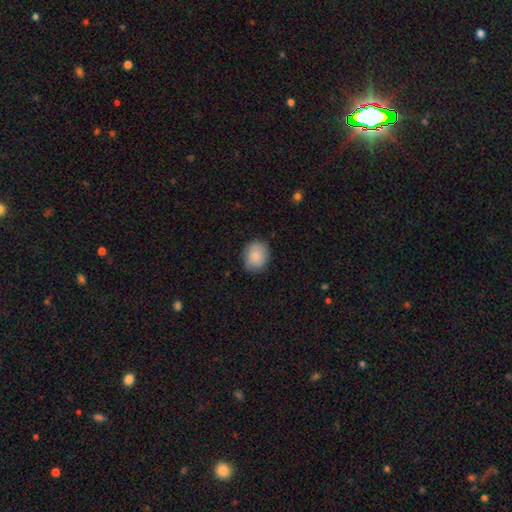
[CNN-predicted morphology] Smooth or featured? smooth (86%)
How rounded? round (56%)
Merging? none (82%)